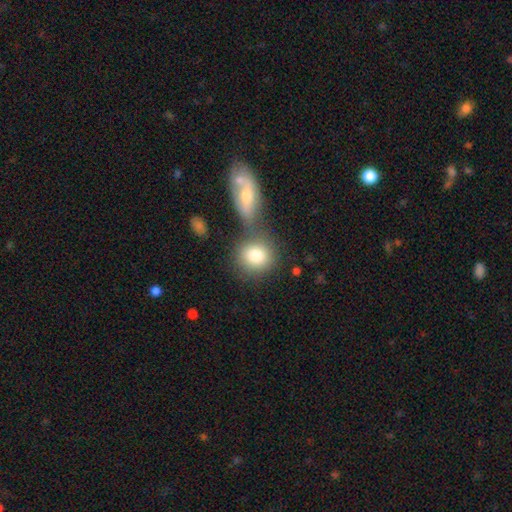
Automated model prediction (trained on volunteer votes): Smooth or featured? smooth (80%)
How rounded? round (81%)
Merging? none (56%)